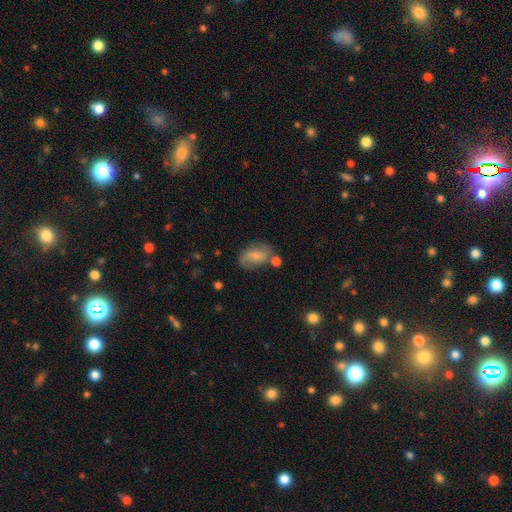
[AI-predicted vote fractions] A featured or disk galaxy (51%).

Vote fractions:
- Smooth or featured? featured or disk: 51% / smooth: 40% / star or artifact: 9%
- Edge-on disk? no: 96% / yes: 4%
- Merging? none: 58% / minor disturbance: 22% / merger: 11% / major disturbance: 9%